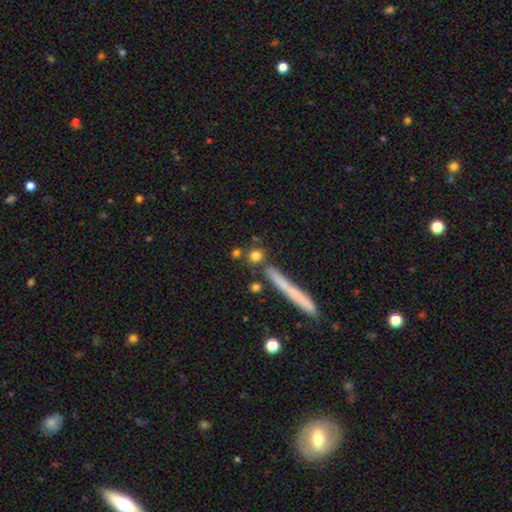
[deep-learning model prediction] Smooth or featured? smooth (79%)
How rounded? round (68%)
Merging? none (77%)